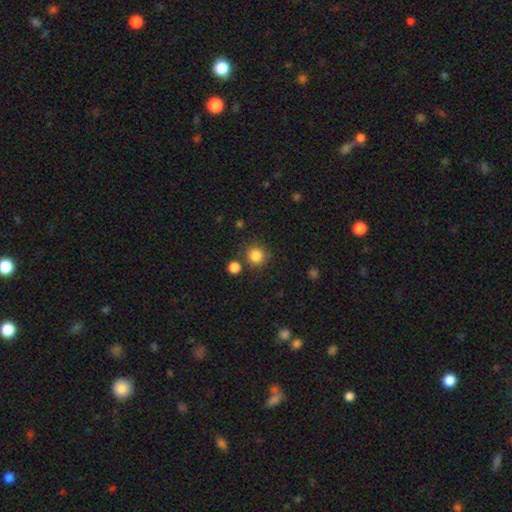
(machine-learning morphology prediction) This appears to be a smooth galaxy with no disk features (84%) that is round (93%). Merging: none (81%).